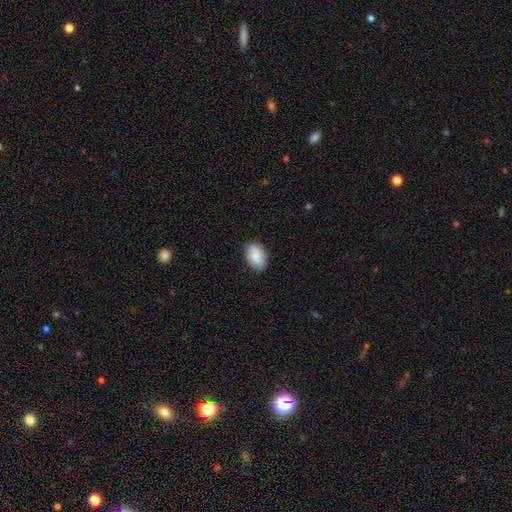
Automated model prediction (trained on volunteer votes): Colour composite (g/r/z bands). It shows a smooth galaxy with no disk features (81%) that is in between round and cigar-shaped (88%). Merging: none (83%).